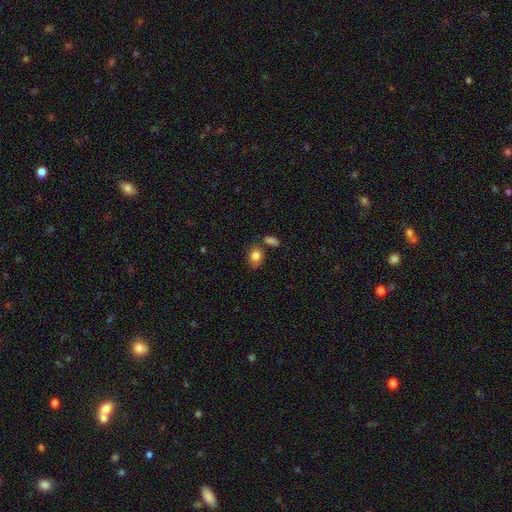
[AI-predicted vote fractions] Morphology: type=smooth (82%); roundness=in between (69%); merging=none (61%).